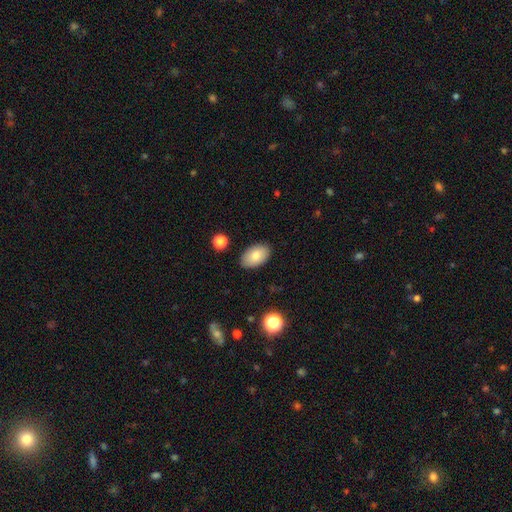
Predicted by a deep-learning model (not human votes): Smooth or featured? smooth (79%)
How rounded? in between (92%)
Merging? none (87%)